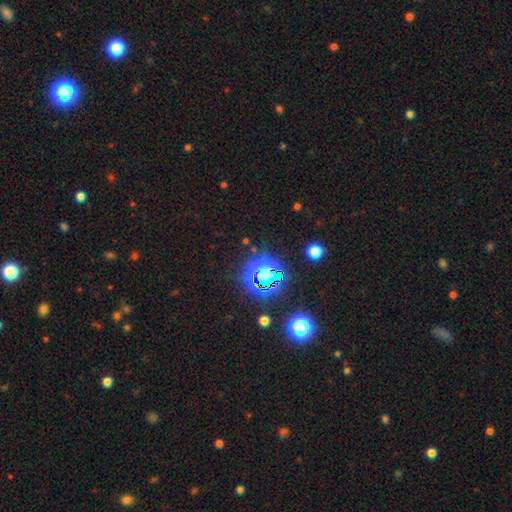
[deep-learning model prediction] smooth-or-featured: star or artifact: 80% | smooth: 14% | featured or disk: 7%